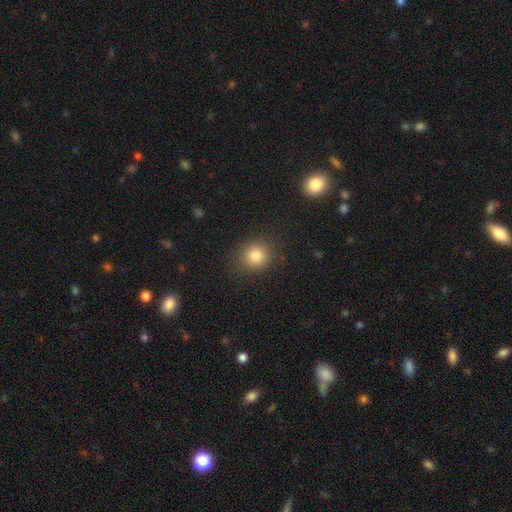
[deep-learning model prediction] smooth_or_featured: smooth (p=0.82) [alt: star or artifact p=0.12]
how_rounded: round (p=0.81) [alt: in between p=0.18]
merging: none (p=0.86) [alt: minor disturbance p=0.09]